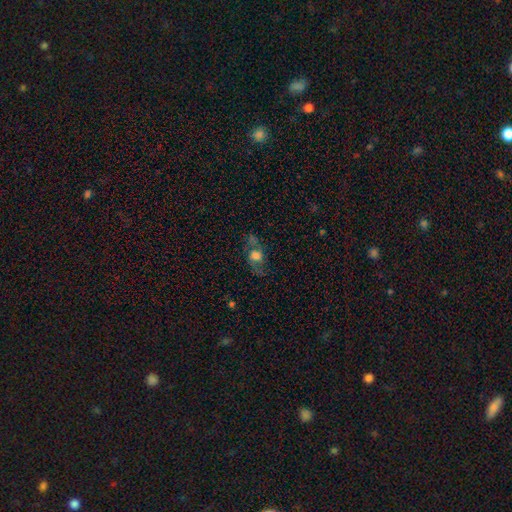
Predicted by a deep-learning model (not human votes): featured or disk 48%, smooth 39%, star or artifact 13%. Down the decision tree: merging — none (60%).